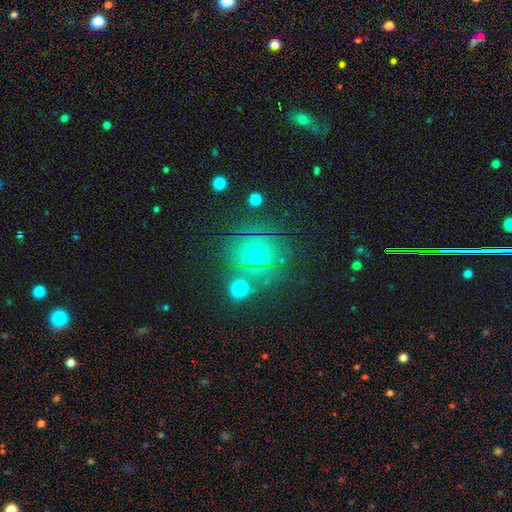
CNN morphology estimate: Overall: smooth (55%; star or artifact 24%). How rounded: round (83%). Merging: none (75%).